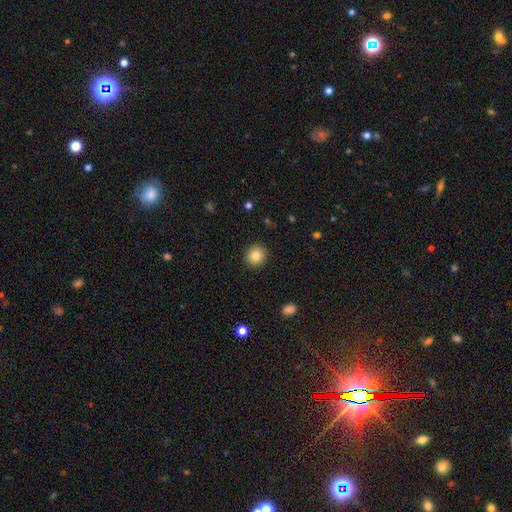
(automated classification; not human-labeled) This is clearly a smooth galaxy (83%). How rounded: clearly round (93%). Merging: clearly none (92%).